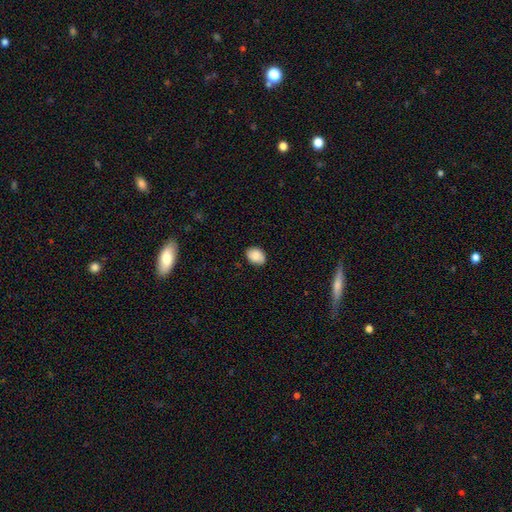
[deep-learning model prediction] Smooth or featured? smooth (84%)
How rounded? in between (69%)
Merging? none (83%)